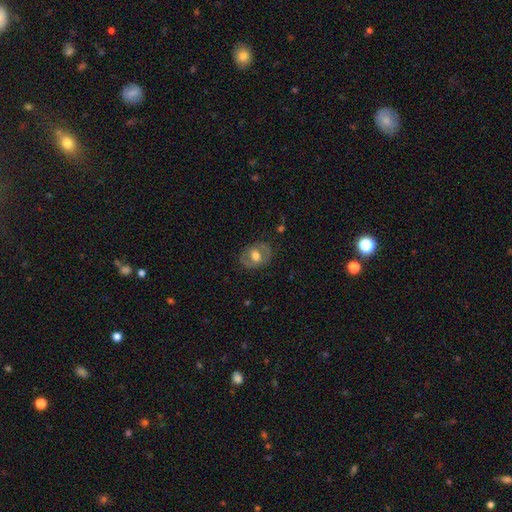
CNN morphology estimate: The model was most divided on "smooth or featured": featured or disk: 50%, smooth: 43%, star or artifact: 7%. More confident: edge-on disk — no (93%); merging — none (76%).